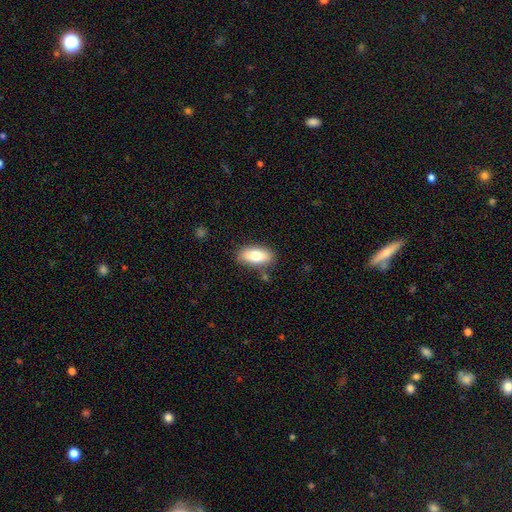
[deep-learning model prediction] This is likely a smooth galaxy (78%). How rounded: clearly in between (87%). Merging: clearly none (82%).